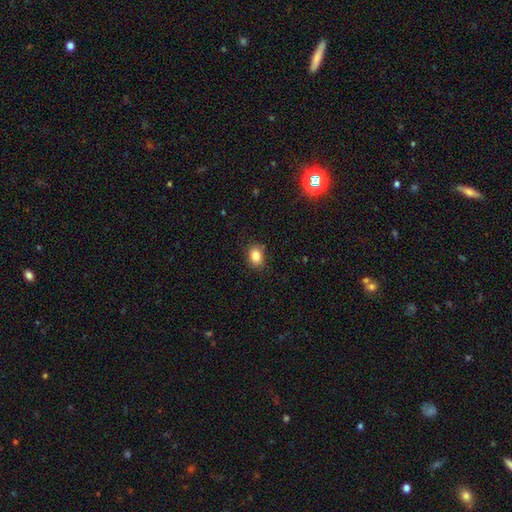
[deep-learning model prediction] A smooth galaxy with no disk features (84%) that is in between round and cigar-shaped (61%). Merging: none (82%).